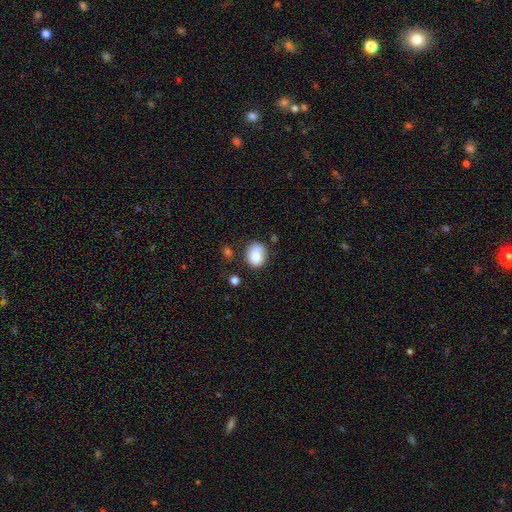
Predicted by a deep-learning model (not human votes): A smooth galaxy with no disk features (82%) that is round (51%). Merging: none (63%).